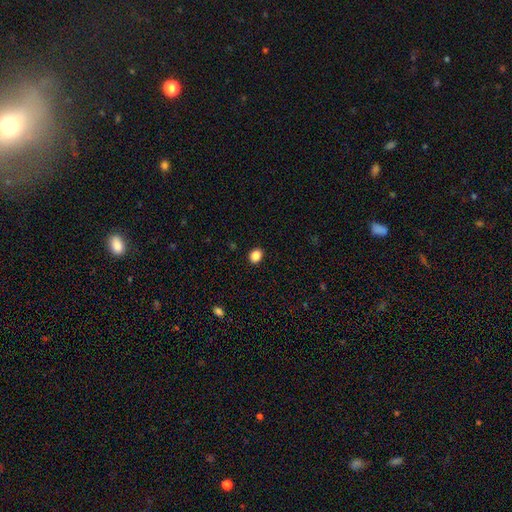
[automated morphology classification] smooth_or_featured: smooth (p=0.87) [alt: star or artifact p=0.10]
how_rounded: round (p=0.52) [alt: in between p=0.47]
merging: none (p=0.91) [alt: minor disturbance p=0.06]